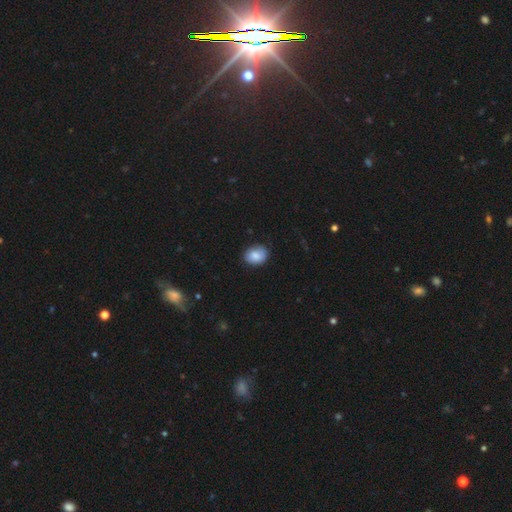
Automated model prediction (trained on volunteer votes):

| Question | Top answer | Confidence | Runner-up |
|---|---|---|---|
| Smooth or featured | smooth | 83% | featured or disk (9%) |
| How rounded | in between | 58% | round (41%) |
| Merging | none | 80% | minor disturbance (16%) |